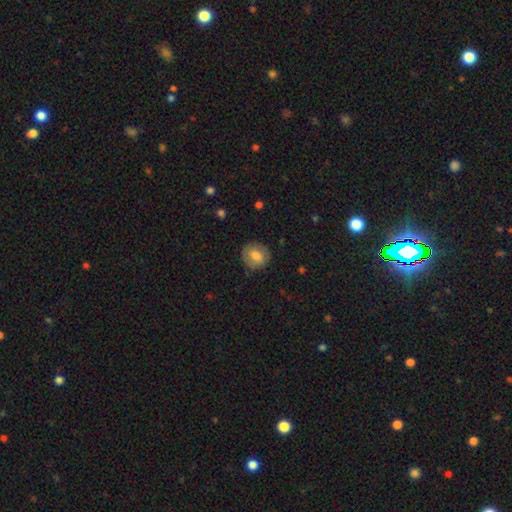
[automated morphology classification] This appears to be a smooth galaxy with no disk features (69%) that is round (81%). Merging: none (81%).